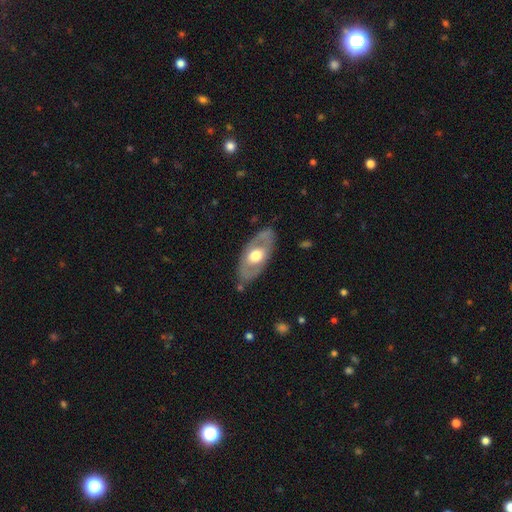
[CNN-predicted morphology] Overall: featured or disk (58%; smooth 37%). Edge-on disk: no (82%). Merging: none (79%).